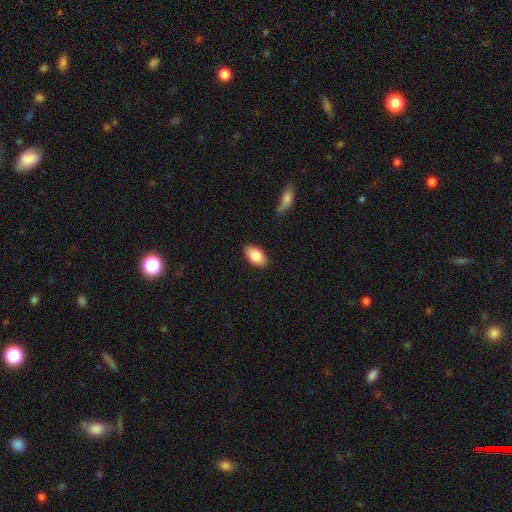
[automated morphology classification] Overall: smooth (84%). How rounded: in between (94%). Merging: none (87%).